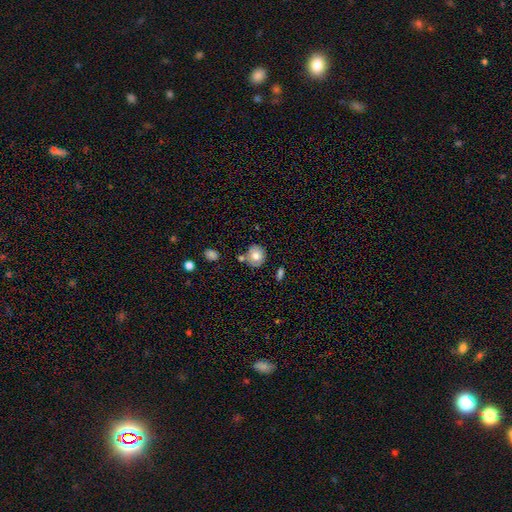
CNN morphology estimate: Smooth or featured: smooth — 73% (featured or disk — 18%)
How rounded: round — 79% (in between — 20%)
Merging: none — 70% (minor disturbance — 15%)